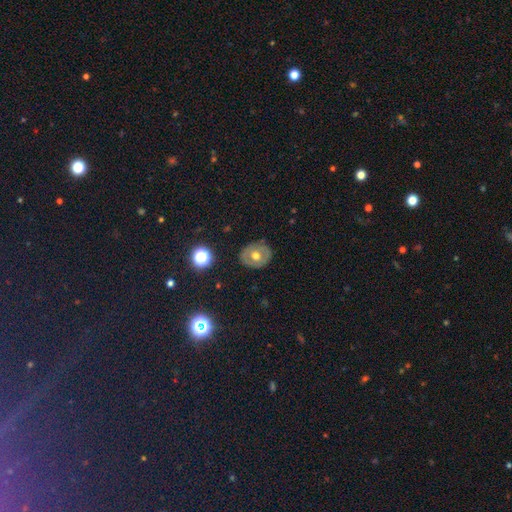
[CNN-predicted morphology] Q: Smooth or featured?
A: smooth (48%); runner-up: featured or disk (42%)
Q: Merging?
A: none (82%); runner-up: minor disturbance (13%)